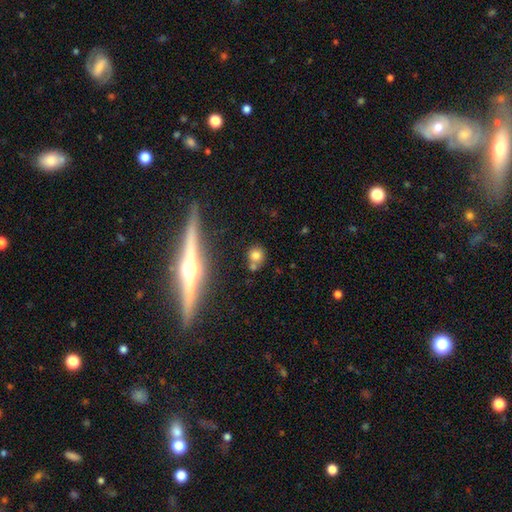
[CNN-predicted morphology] Smooth or featured? Predicted: smooth (p=0.73). How rounded? Predicted: round (p=0.85). Merging? Predicted: none (p=0.66).